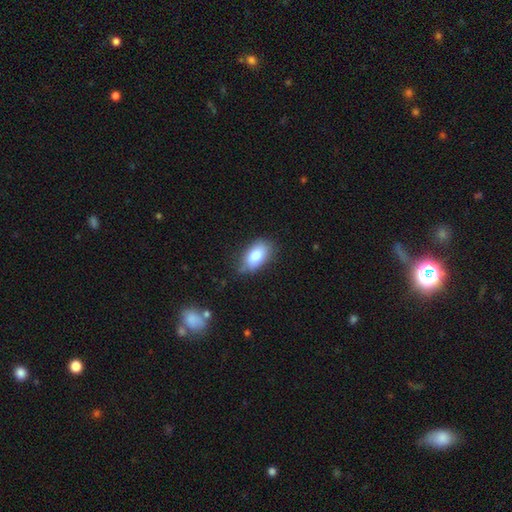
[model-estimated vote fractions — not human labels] smooth_or_featured: smooth (p=0.81) [alt: featured or disk p=0.11]
how_rounded: in between (p=0.91) [alt: round p=0.05]
merging: none (p=0.69) [alt: minor disturbance p=0.24]